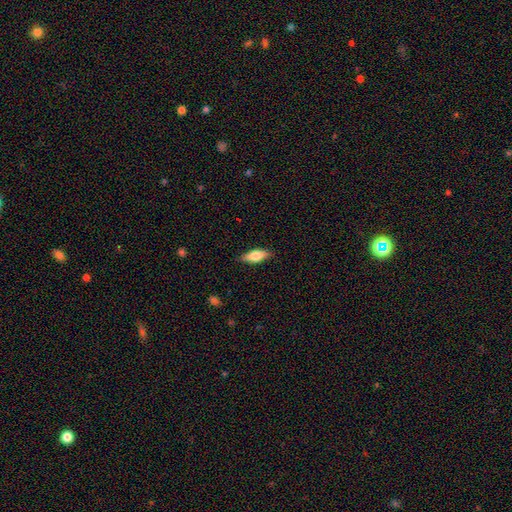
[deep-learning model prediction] Smooth or featured: smooth — 71% (featured or disk — 23%)
How rounded: in between — 71% (cigar-shaped — 26%)
Merging: none — 85% (minor disturbance — 12%)